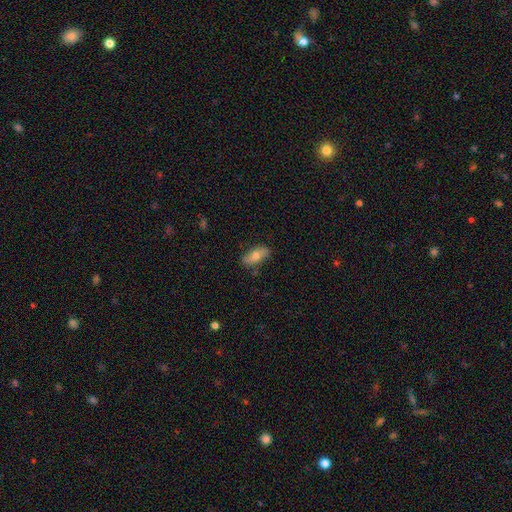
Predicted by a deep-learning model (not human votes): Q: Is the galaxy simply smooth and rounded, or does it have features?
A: smooth — 63%.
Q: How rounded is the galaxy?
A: in between — 83%.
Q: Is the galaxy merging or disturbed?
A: none — 79%.